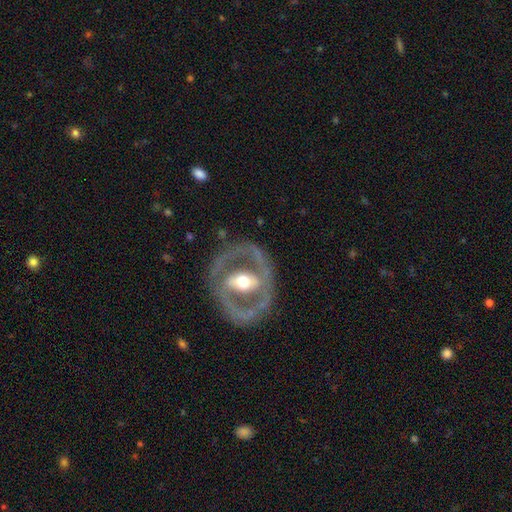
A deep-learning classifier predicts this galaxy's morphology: The model was most divided on "bar": strong: 38%, no: 34%, weak: 28%. More confident: edge-on disk — no (93%); smooth or featured — featured or disk (80%); merging — none (76%); bulge size — moderate (70%); spiral arms — no (57%).